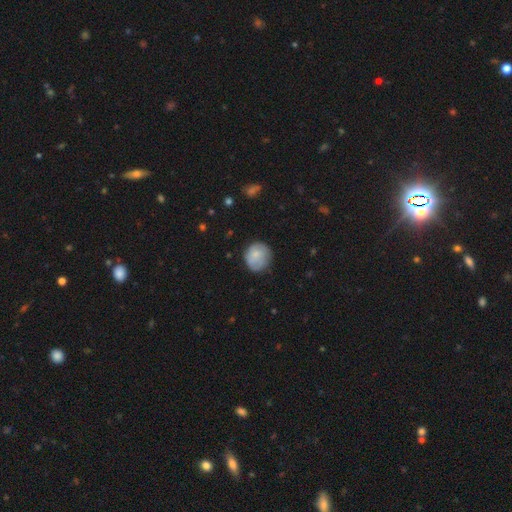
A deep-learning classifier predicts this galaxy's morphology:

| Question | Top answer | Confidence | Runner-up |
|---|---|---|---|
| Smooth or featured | smooth | 76% | featured or disk (17%) |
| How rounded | round | 84% | in between (15%) |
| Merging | none | 71% | minor disturbance (23%) |